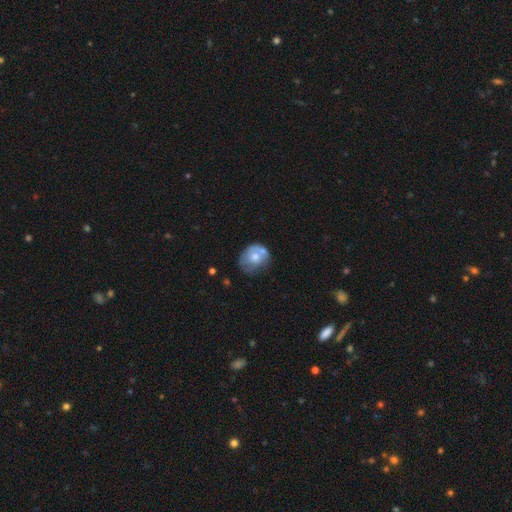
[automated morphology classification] Smooth or featured? smooth (53%)
How rounded? round (61%)
Merging? none (41%)